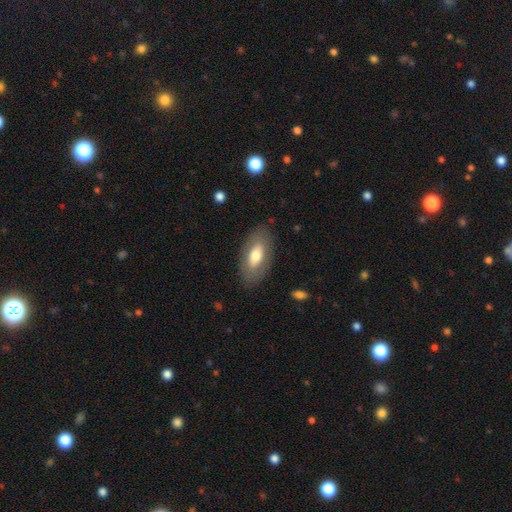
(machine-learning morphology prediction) Smooth or featured?
  - smooth: 65% *
  - featured or disk: 30%
  - star or artifact: 6%
How rounded?
  - in between: 90% *
  - cigar-shaped: 8%
  - round: 3%
Merging?
  - none: 83% *
  - minor disturbance: 11%
  - major disturbance: 4%
  - merger: 1%